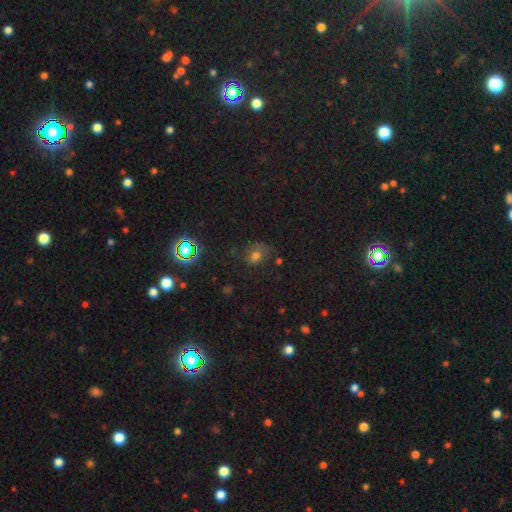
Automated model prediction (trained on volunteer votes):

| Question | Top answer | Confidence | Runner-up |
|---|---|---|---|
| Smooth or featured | smooth | 58% | star or artifact (26%) |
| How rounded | in between | 52% | round (46%) |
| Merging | none | 50% | minor disturbance (26%) |